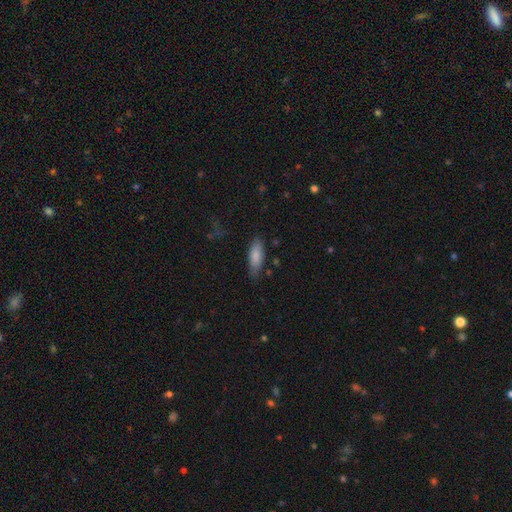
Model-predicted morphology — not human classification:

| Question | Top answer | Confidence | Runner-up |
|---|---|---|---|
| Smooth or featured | smooth | 83% | featured or disk (11%) |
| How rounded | in between | 70% | cigar-shaped (28%) |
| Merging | none | 72% | minor disturbance (22%) |